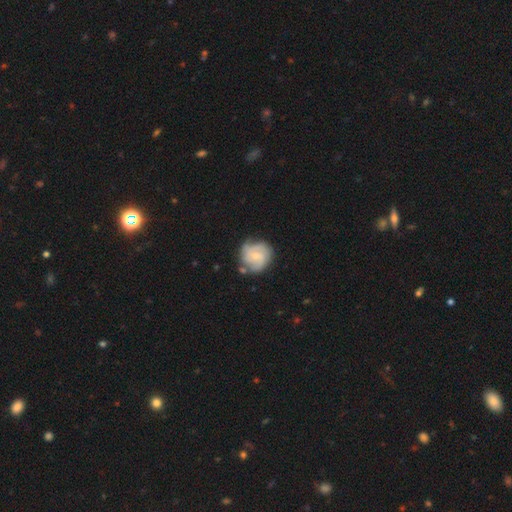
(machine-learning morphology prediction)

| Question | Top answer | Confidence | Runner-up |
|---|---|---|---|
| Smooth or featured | featured or disk | 69% | smooth (25%) |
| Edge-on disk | no | 98% | yes (2%) |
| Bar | no | 64% | weak (32%) |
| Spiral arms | yes | 91% | no (9%) |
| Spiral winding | tight | 50% | medium (38%) |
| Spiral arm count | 3 | 36% | 2 (24%) |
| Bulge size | small | 65% | moderate (29%) |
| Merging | none | 68% | minor disturbance (20%) |